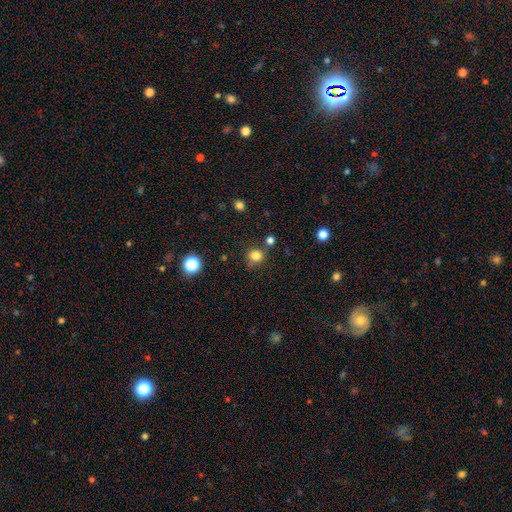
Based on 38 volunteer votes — Smooth or featured?
  - smooth: 95% *
  - star or artifact: 5%
  - featured or disk: 0%
How rounded?
  - round: 86% *
  - in between: 14%
  - cigar-shaped: 0%
Merging?
  - none: 89% *
  - minor disturbance: 6%
  - merger: 6%
  - major disturbance: 0%